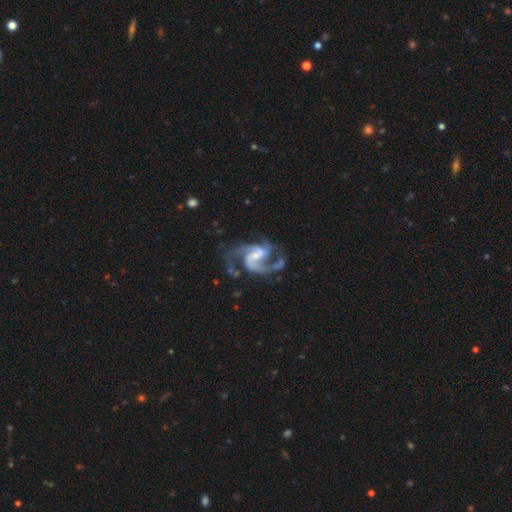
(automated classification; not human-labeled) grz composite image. It shows a featured or disk galaxy (92%) with a weak bar (50%), 2 (53%) medium (58%) spiral arms (98%) and a small central bulge (53%). Merging: none (55%).